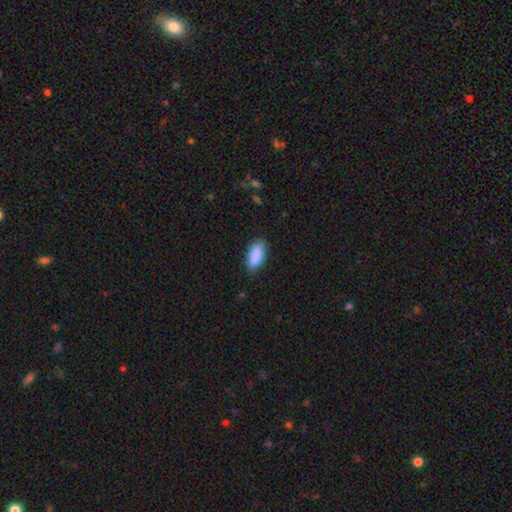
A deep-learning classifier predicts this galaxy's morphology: Q: Smooth or featured?
A: smooth (90%); runner-up: star or artifact (6%)
Q: How rounded?
A: in between (88%); runner-up: cigar-shaped (10%)
Q: Merging?
A: none (82%); runner-up: minor disturbance (15%)